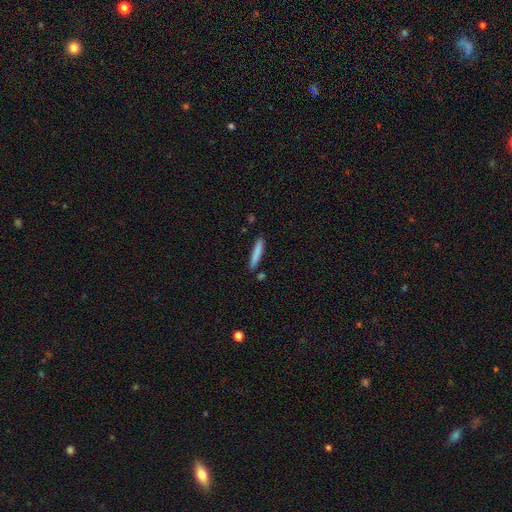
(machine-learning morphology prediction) This is clearly a smooth galaxy (80%). How rounded: clearly cigar-shaped (93%). Merging: clearly none (86%).